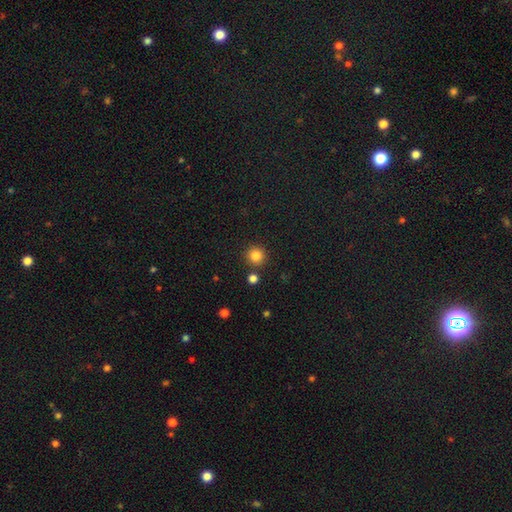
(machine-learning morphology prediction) Smooth or featured: smooth — 84% (star or artifact — 12%)
How rounded: round — 95% (in between — 4%)
Merging: none — 87% (minor disturbance — 6%)